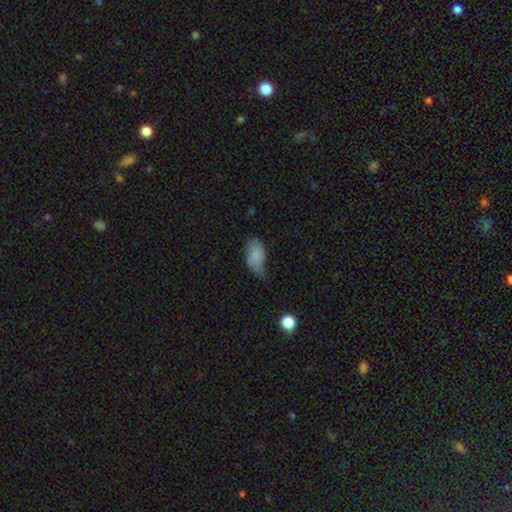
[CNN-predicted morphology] type=smooth (81%); roundness=in between (93%); merging=minor disturbance (47%).